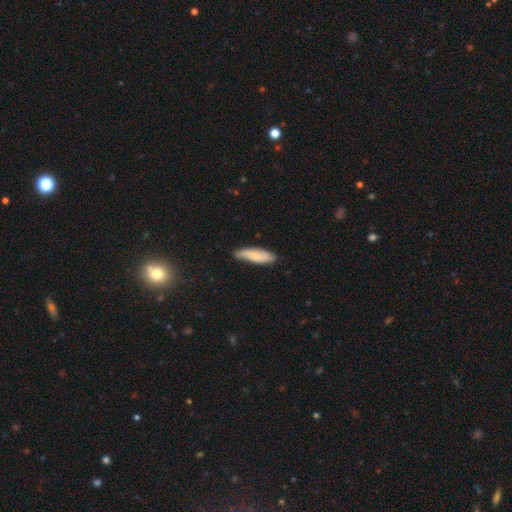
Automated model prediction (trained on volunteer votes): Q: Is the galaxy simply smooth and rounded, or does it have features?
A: smooth — 67%.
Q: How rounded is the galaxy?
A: cigar-shaped — 55%.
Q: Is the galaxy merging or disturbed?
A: none — 76%.